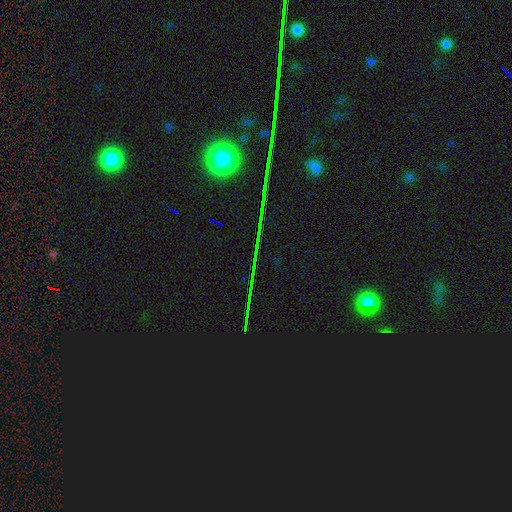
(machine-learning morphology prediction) star or artifact 85%, featured or disk 8%, smooth 7%.